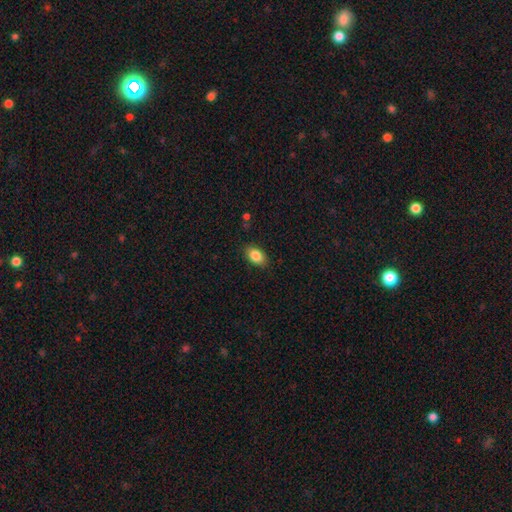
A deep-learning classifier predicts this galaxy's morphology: smooth 86%, star or artifact 8%, featured or disk 7%. Down the decision tree: how rounded — in between (88%); merging — none (87%).